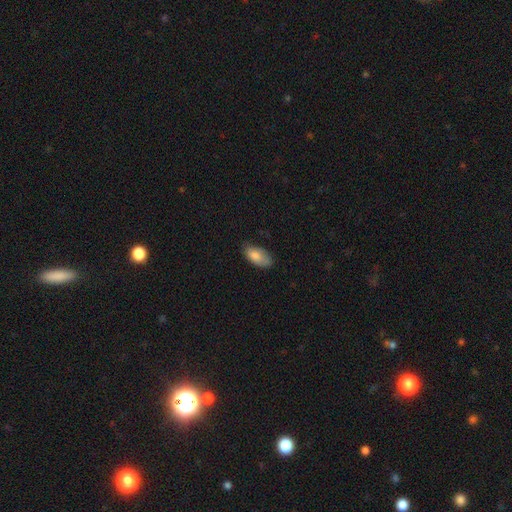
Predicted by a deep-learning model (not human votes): The model was most divided on "merging": none: 62%, minor disturbance: 30%, major disturbance: 7%, merger: 2%. More confident: how rounded — in between (92%); smooth or featured — smooth (82%).